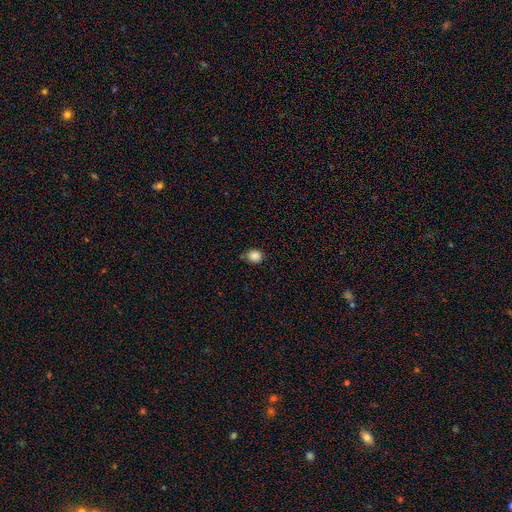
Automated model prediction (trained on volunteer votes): smooth-or-featured: smooth: 86% | star or artifact: 10% | featured or disk: 3%
  how-rounded: round: 67% | in between: 32% | cigar-shaped: 1%
  merging: none: 78% | minor disturbance: 17% | major disturbance: 3% | merger: 3%